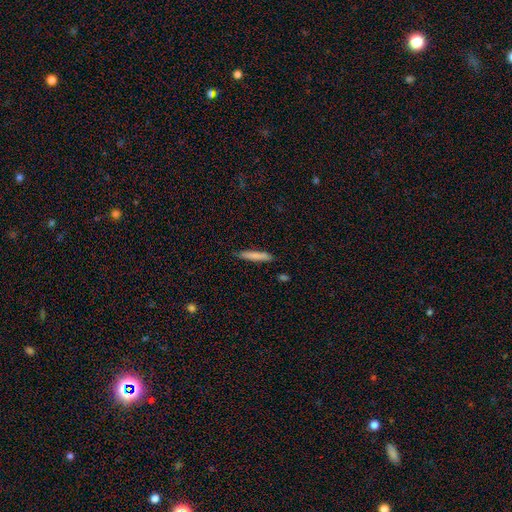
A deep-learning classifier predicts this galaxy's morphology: Smooth or featured? Predicted: smooth (p=0.81). How rounded? Predicted: cigar-shaped (p=0.92). Merging? Predicted: none (p=0.86).